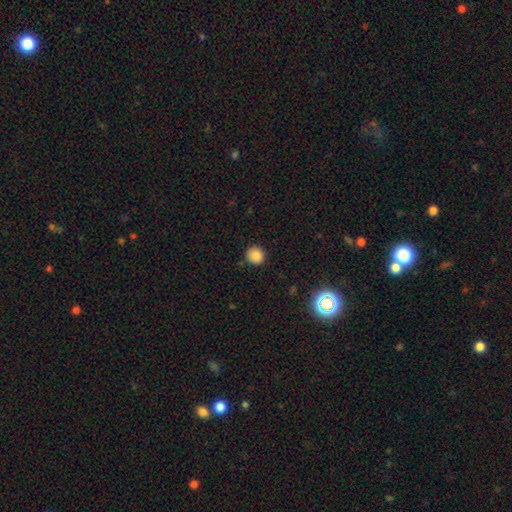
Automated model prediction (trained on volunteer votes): Smooth or featured: smooth — 86% (star or artifact — 11%)
How rounded: round — 88% (in between — 11%)
Merging: none — 88% (minor disturbance — 9%)